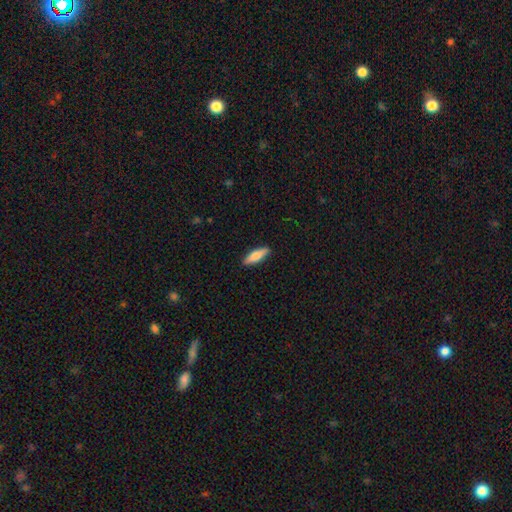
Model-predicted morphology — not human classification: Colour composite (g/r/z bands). It shows a smooth galaxy with no disk features (71%) that is cigar-shaped (55%). Merging: none (90%).